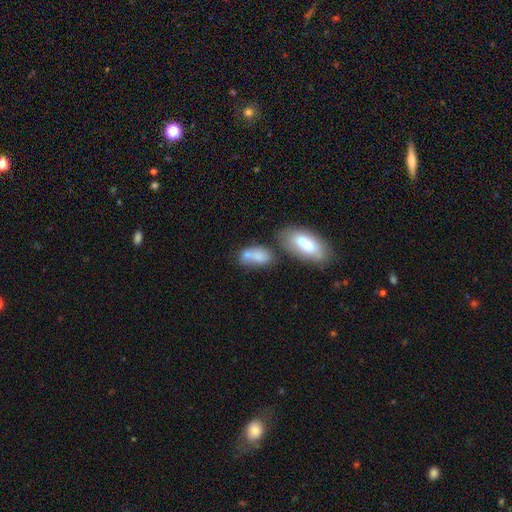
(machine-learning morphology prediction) Smooth or featured: smooth — 74% (featured or disk — 17%)
How rounded: in between — 85% (round — 9%)
Merging: merger — 42% (none — 32%)